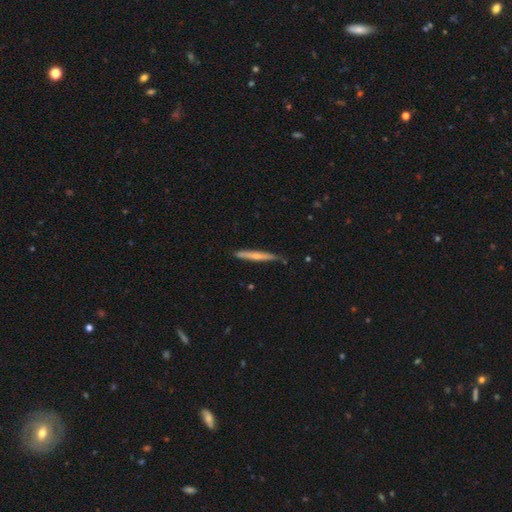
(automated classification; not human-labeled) smooth-or-featured: smooth: 53% | featured or disk: 41% | star or artifact: 5%
  how-rounded: cigar-shaped: 96% | in between: 3% | round: 1%
  merging: none: 80% | minor disturbance: 16% | major disturbance: 2% | merger: 2%